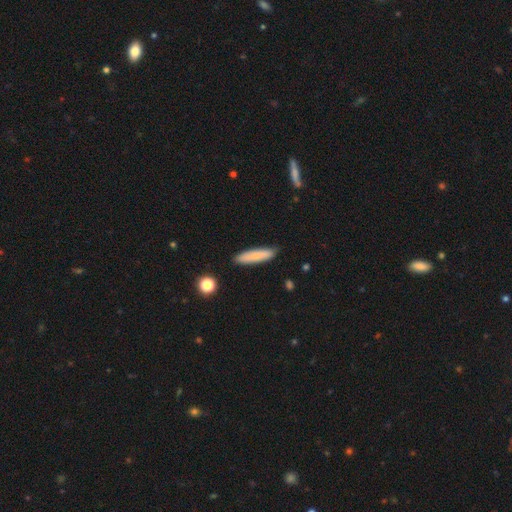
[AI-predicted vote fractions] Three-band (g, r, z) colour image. It shows a smooth galaxy with no disk features (81%) that is cigar-shaped (80%). Merging: none (86%).